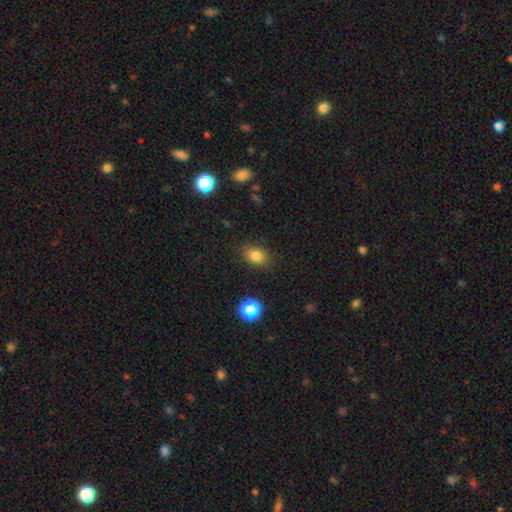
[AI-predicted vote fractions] Smooth or featured: smooth — 80% (star or artifact — 12%)
How rounded: in between — 70% (round — 29%)
Merging: none — 85% (minor disturbance — 11%)